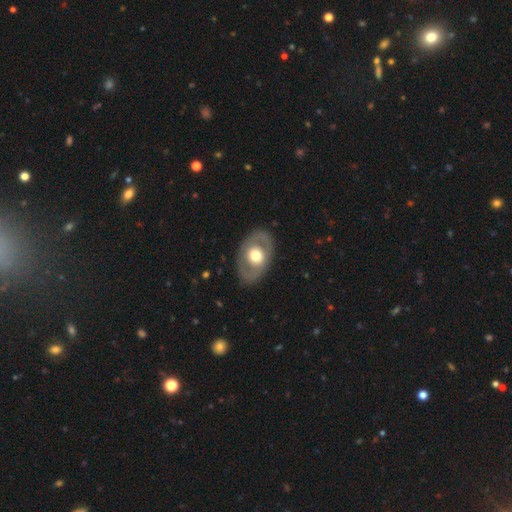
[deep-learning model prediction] Overall: featured or disk (55%; smooth 40%). Edge-on disk: no (91%). Merging: none (83%).